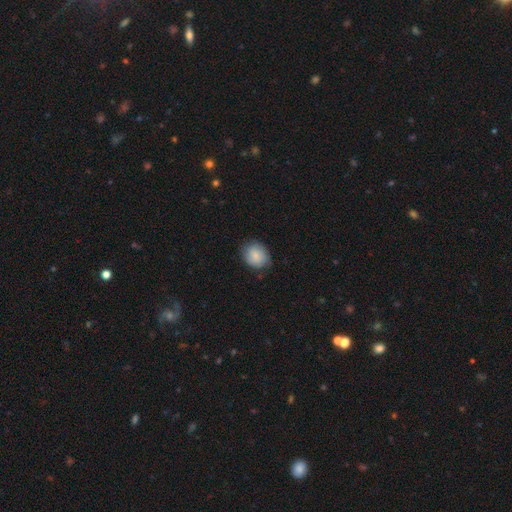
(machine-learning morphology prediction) The model was most divided on "how rounded": round: 63%, in between: 36%, cigar-shaped: 1%. More confident: smooth or featured — smooth (84%); merging — none (75%).